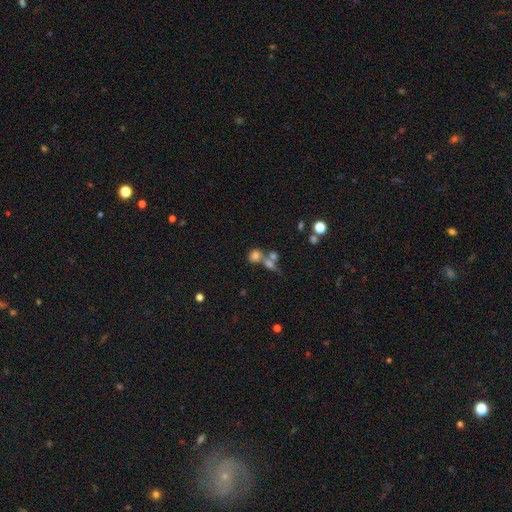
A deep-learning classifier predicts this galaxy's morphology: Smooth or featured: smooth — 69% (star or artifact — 16%)
How rounded: round — 61% (in between — 36%)
Merging: merger — 47% (none — 37%)